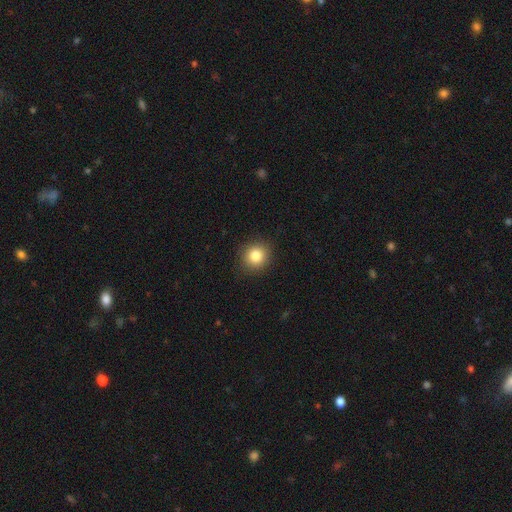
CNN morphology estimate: Q: Smooth or featured?
A: smooth (83%); runner-up: star or artifact (11%)
Q: How rounded?
A: round (87%); runner-up: in between (12%)
Q: Merging?
A: none (90%); runner-up: minor disturbance (7%)